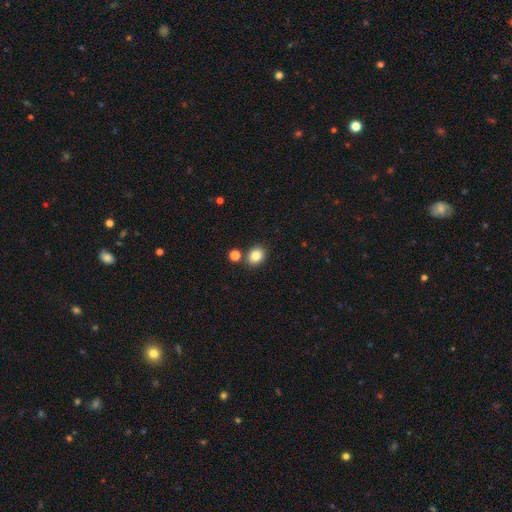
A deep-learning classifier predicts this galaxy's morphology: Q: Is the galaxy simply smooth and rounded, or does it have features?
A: smooth — 84%.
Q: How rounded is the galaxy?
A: round — 60%.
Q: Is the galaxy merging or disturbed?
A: none — 79%.